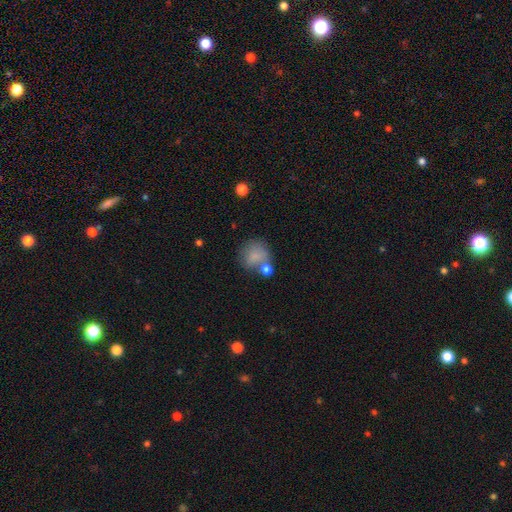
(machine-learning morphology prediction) A smooth galaxy with no disk features (80%) that is round (79%). Merging: none (48%).